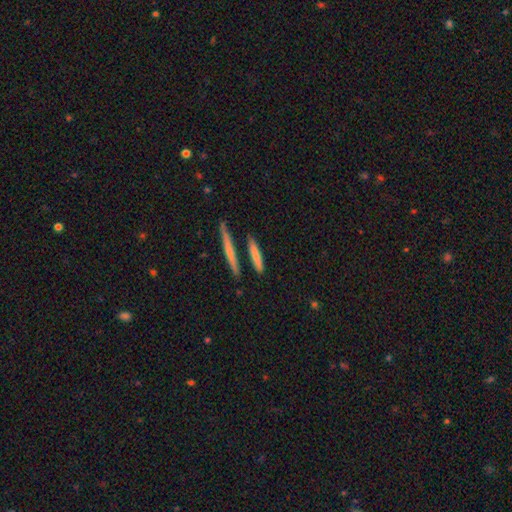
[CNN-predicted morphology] type=smooth (69%); roundness=cigar-shaped (87%); merging=none (76%).